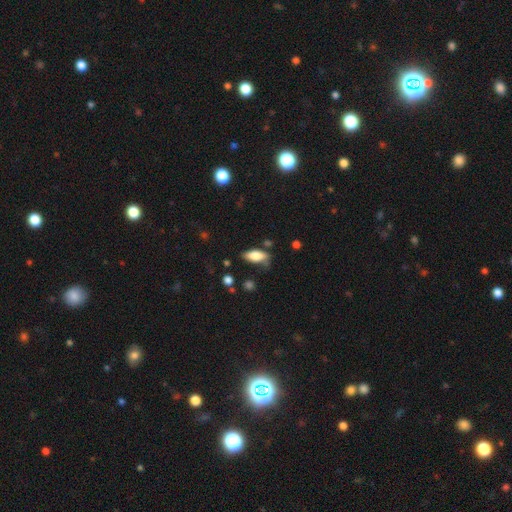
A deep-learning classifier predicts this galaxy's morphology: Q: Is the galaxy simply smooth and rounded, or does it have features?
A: smooth — 79%.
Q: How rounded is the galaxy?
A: in between — 82%.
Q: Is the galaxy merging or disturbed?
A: none — 59%.